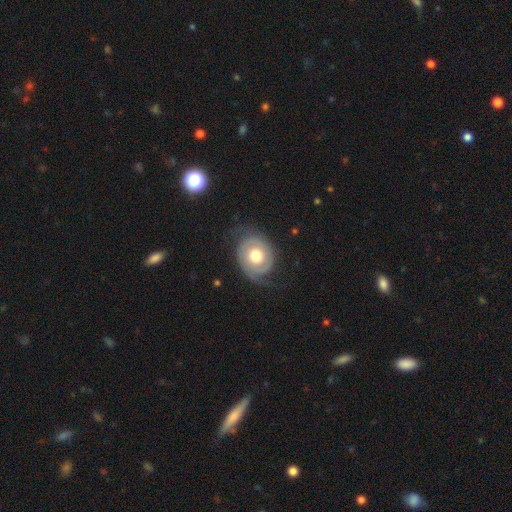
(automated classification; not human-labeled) smooth-or-featured: featured or disk: 65% | smooth: 29% | star or artifact: 6%
  disk-edge-on: no: 97% | yes: 3%
    bar: no: 82% | weak: 15% | strong: 3%
    has-spiral-arms: yes: 76% | no: 24%
    bulge-size: moderate: 64% | large: 27% | small: 5% | dominant: 2% | none: 1%
  merging: none: 69% | minor disturbance: 19% | major disturbance: 10% | merger: 1%